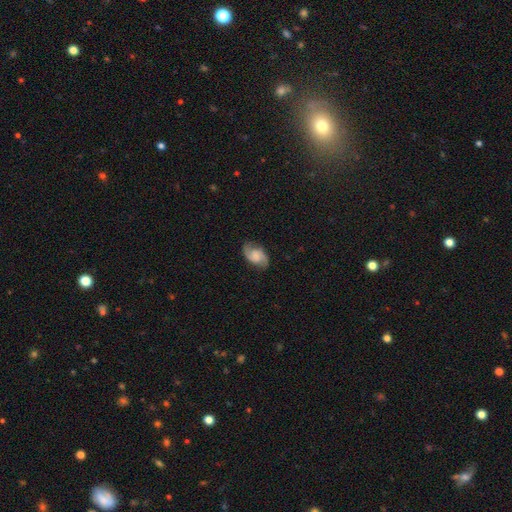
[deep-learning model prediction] The model was most divided on "bulge size": none: 32%, small: 28%, moderate: 26%, large: 12%, dominant: 2%. Remaining: edge-on disk — no (97%); spiral arms — yes (95%); spiral arm count — 2 (92%); merging — none (81%); smooth or featured — featured or disk (71%); bar — no (58%); spiral winding — medium (48%).